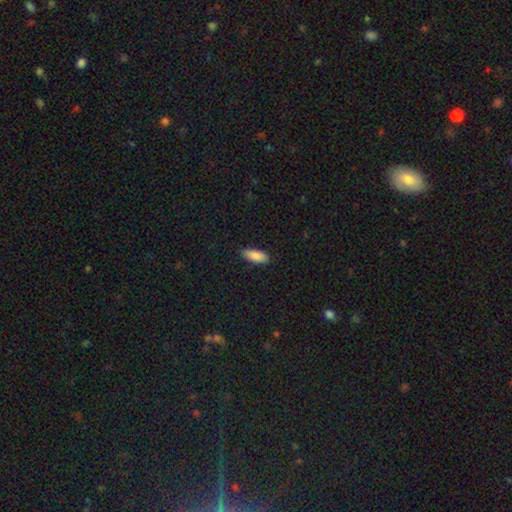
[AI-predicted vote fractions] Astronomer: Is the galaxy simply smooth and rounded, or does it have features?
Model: smooth — 88%.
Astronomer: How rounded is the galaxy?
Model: in between — 76%.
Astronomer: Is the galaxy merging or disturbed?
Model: none — 85%.